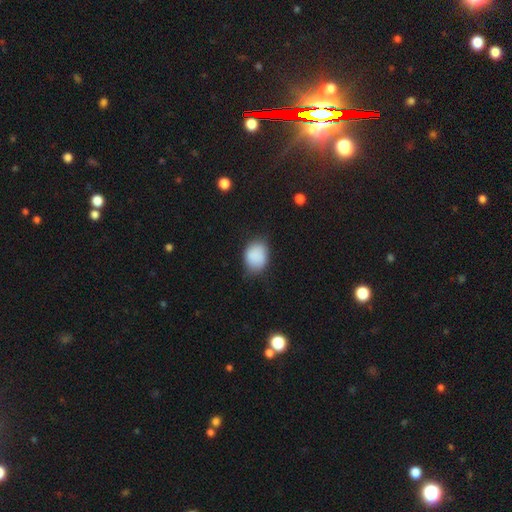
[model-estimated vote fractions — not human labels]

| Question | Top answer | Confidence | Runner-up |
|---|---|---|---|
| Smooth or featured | smooth | 86% | star or artifact (8%) |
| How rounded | in between | 58% | round (41%) |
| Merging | none | 65% | minor disturbance (27%) |